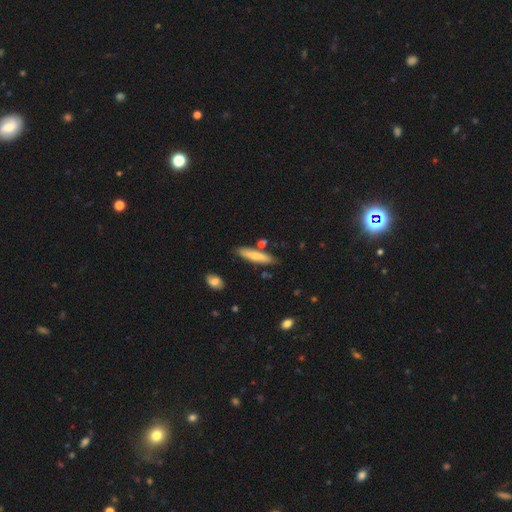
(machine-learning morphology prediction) Smooth or featured? Predicted: smooth (p=0.63). How rounded? Predicted: cigar-shaped (p=0.79). Merging? Predicted: none (p=0.79).